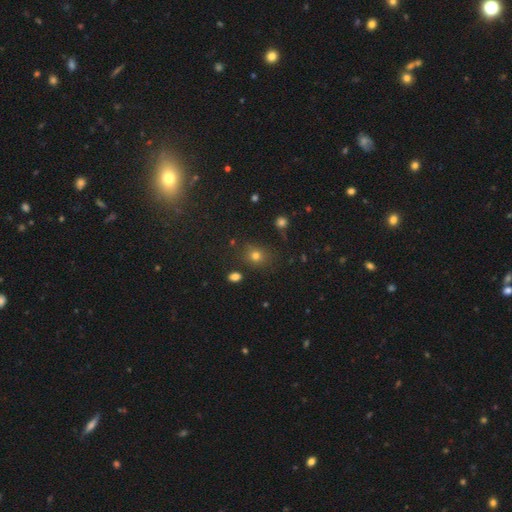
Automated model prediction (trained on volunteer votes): A smooth galaxy with no disk features (74%) that is round (65%). Merging: none (78%).